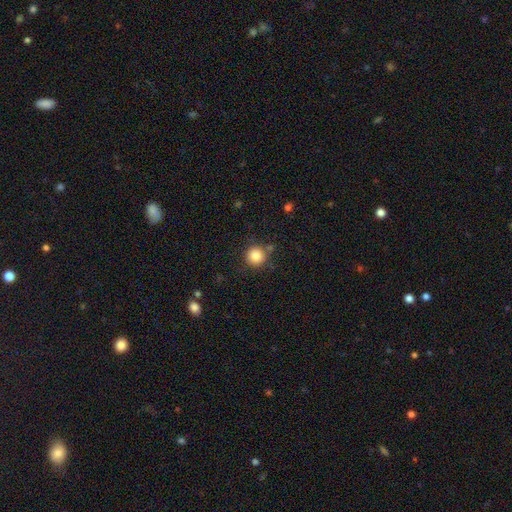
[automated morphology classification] type=smooth (85%); roundness=round (94%); merging=none (82%).